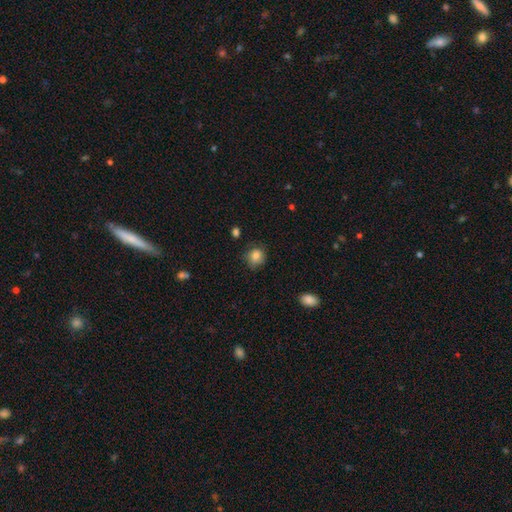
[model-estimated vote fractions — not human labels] A smooth galaxy with no disk features (83%) that is round (78%). Merging: none (73%).